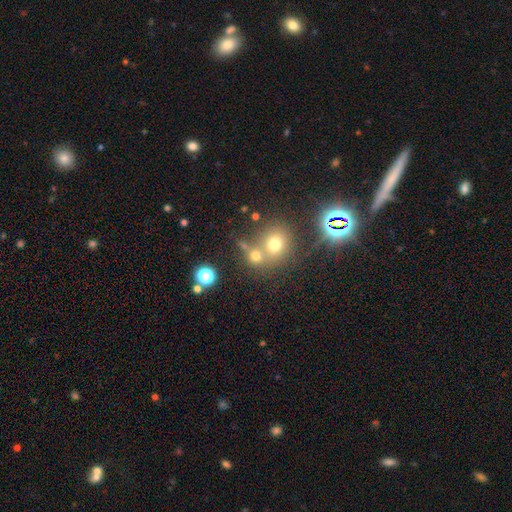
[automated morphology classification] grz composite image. It shows a smooth galaxy with no disk features (67%) that is round (80%). Merging: none (48%).